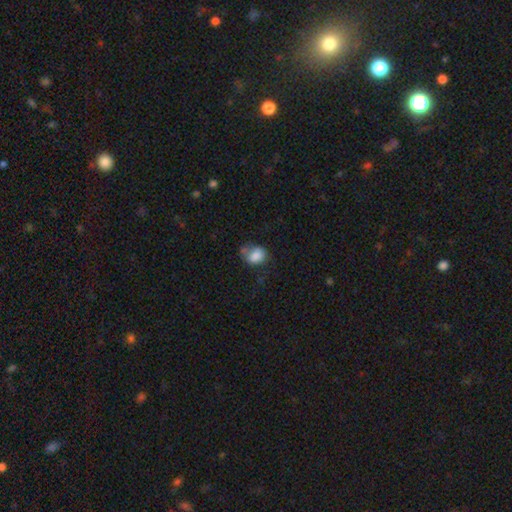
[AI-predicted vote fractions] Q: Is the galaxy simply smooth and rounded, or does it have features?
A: smooth — 81%.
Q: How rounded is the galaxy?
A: in between — 60%.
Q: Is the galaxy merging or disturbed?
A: none — 40%.